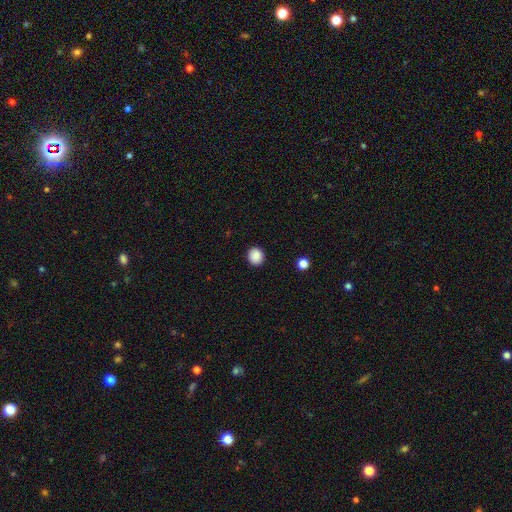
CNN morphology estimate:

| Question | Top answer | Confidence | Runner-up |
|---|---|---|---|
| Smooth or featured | smooth | 87% | star or artifact (9%) |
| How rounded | round | 86% | in between (13%) |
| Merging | none | 92% | minor disturbance (5%) |